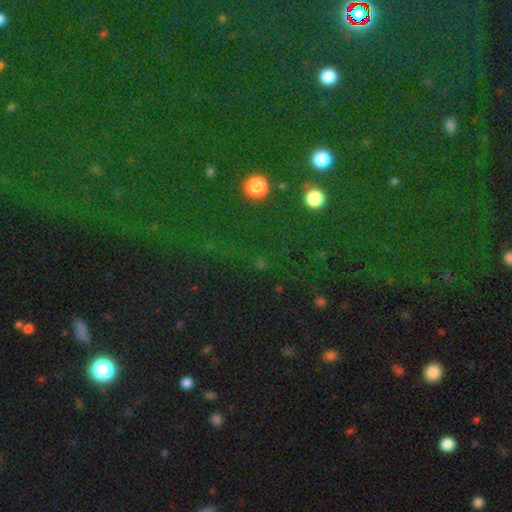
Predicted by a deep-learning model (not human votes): A star or artifact, not a galaxy (80%).

Vote fractions:
- Smooth or featured? star or artifact: 80% / smooth: 12% / featured or disk: 8%